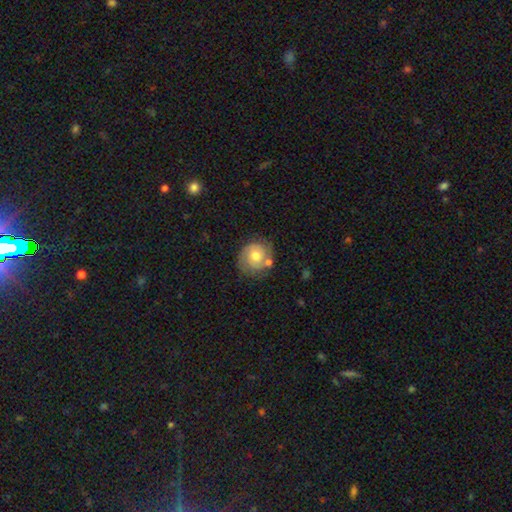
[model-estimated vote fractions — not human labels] Q: Smooth or featured?
A: featured or disk (56%); runner-up: smooth (36%)
Q: Edge-on disk?
A: no (97%); runner-up: yes (3%)
Q: Bar?
A: no (75%); runner-up: weak (21%)
Q: Spiral arms?
A: yes (82%); runner-up: no (18%)
Q: Bulge size?
A: moderate (73%); runner-up: small (16%)
Q: Merging?
A: none (65%); runner-up: minor disturbance (19%)